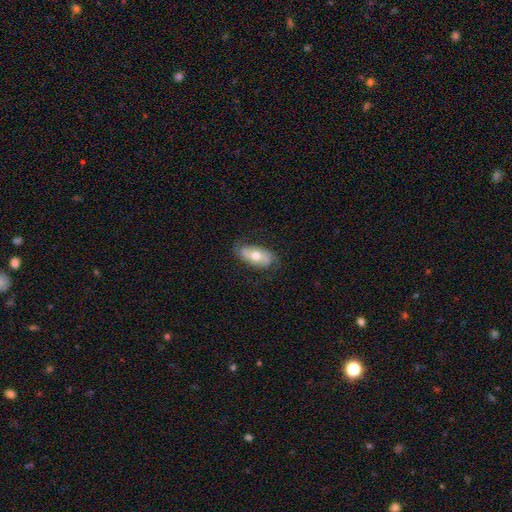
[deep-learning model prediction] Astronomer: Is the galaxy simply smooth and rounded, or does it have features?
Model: smooth — 48% (runner-up: featured or disk, 45%).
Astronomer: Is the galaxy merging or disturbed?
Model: none — 73%.